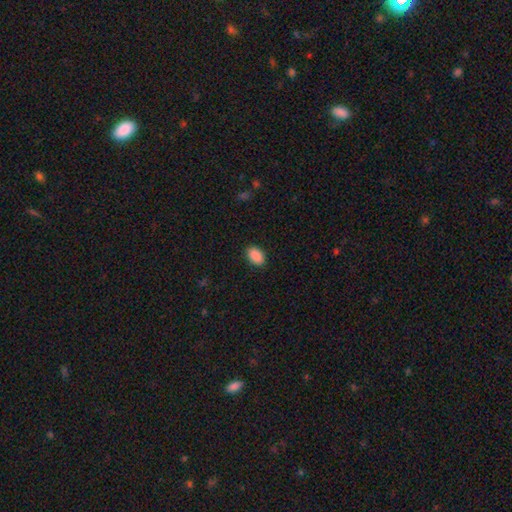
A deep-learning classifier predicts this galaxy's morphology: smooth 90%, star or artifact 7%, featured or disk 2%. Down the decision tree: how rounded — in between (90%); merging — none (89%).